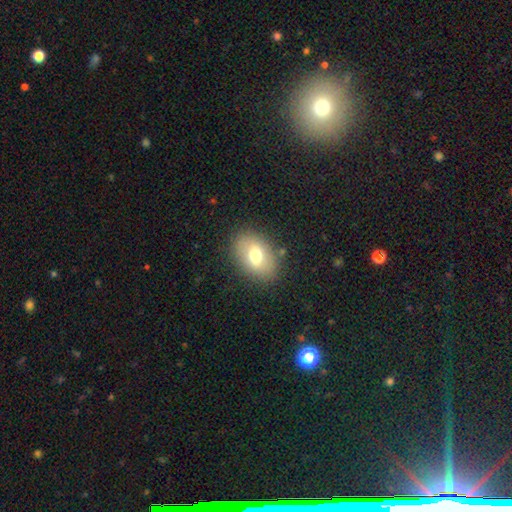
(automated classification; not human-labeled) This appears to be a smooth galaxy with no disk features (69%) that is in between round and cigar-shaped (79%). Merging: none (84%).